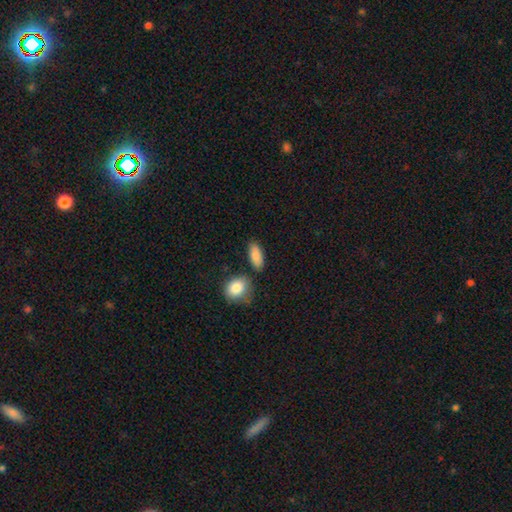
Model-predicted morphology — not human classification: A smooth galaxy with no disk features (87%) that is in between round and cigar-shaped (84%).

Vote fractions:
- Smooth or featured? smooth: 87% / star or artifact: 7% / featured or disk: 6%
- How rounded? in between: 84% / cigar-shaped: 11% / round: 5%
- Merging? none: 76% / minor disturbance: 12% / merger: 8% / major disturbance: 3%